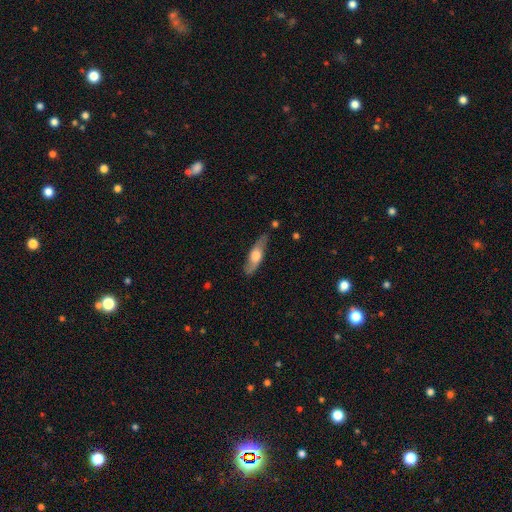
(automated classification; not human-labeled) smooth_or_featured: featured or disk (p=0.51) [alt: smooth p=0.43]
disk_edge_on: yes (p=0.60) [alt: no p=0.40]
merging: none (p=0.77) [alt: minor disturbance p=0.16]